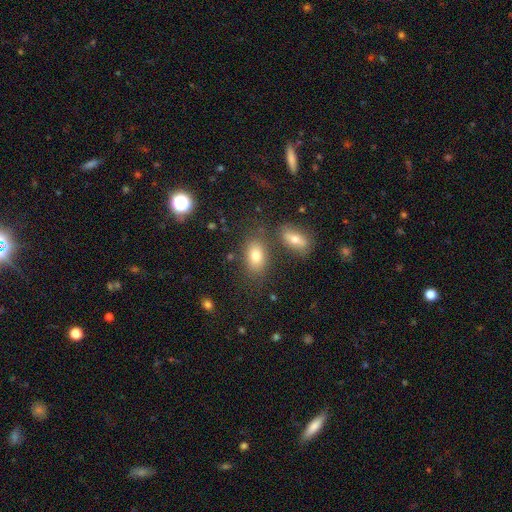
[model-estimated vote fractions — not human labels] Overall: smooth (77%). How rounded: in between (87%). Merging: none (70%).